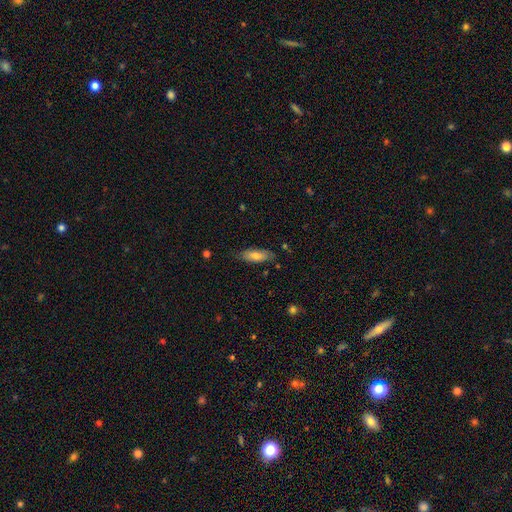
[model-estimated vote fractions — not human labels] Morphology: type=smooth (71%); roundness=in between (69%); merging=none (73%).